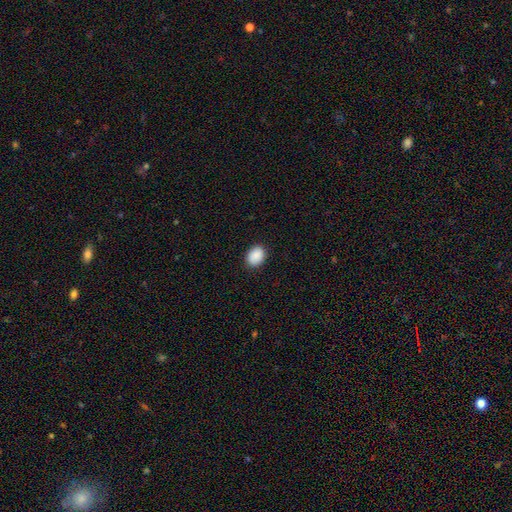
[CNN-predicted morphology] smooth-or-featured: smooth: 91% | star or artifact: 7% | featured or disk: 3%
  how-rounded: in between: 67% | round: 33% | cigar-shaped: 1%
  merging: none: 90% | minor disturbance: 8% | major disturbance: 2% | merger: 1%